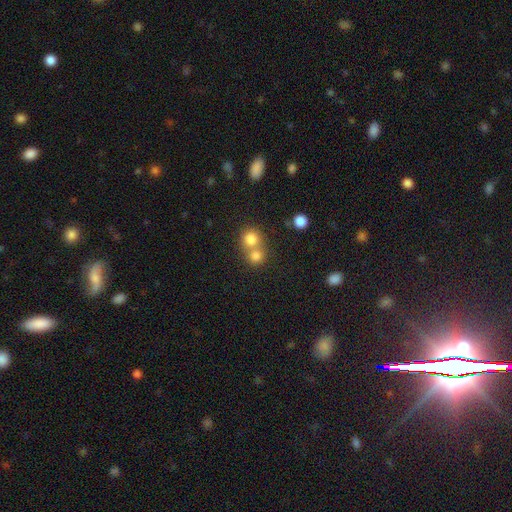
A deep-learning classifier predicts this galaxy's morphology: A smooth galaxy with no disk features (79%) that is round (86%).

Vote fractions:
- Smooth or featured? smooth: 79% / star or artifact: 12% / featured or disk: 9%
- How rounded? round: 86% / in between: 13% / cigar-shaped: 1%
- Merging? merger: 53% / none: 40% / minor disturbance: 5% / major disturbance: 2%